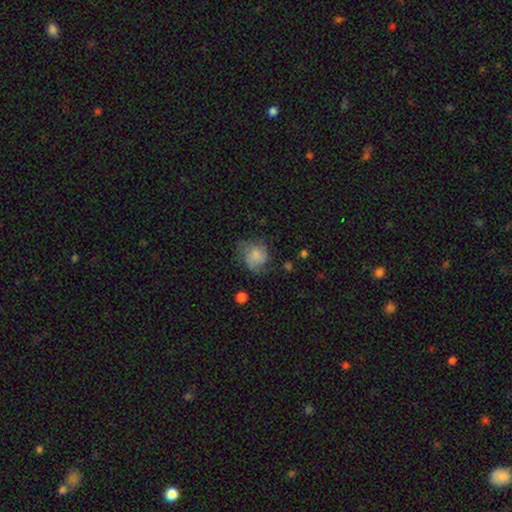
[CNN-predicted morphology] smooth_or_featured: smooth (p=0.60) [alt: featured or disk p=0.30]
how_rounded: round (p=0.66) [alt: in between p=0.33]
merging: none (p=0.50) [alt: minor disturbance p=0.28]